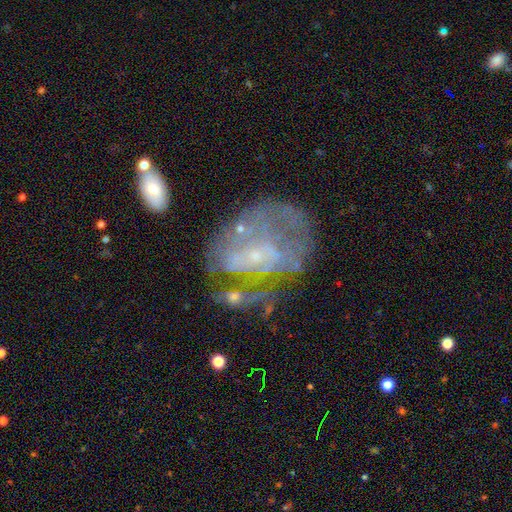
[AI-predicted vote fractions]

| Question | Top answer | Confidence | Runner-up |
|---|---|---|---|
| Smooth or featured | featured or disk | 65% | smooth (23%) |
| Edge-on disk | no | 96% | yes (4%) |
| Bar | no | 74% | weak (20%) |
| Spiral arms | no | 61% | yes (39%) |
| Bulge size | small | 64% | none (24%) |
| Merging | major disturbance | 34% | none (33%) |